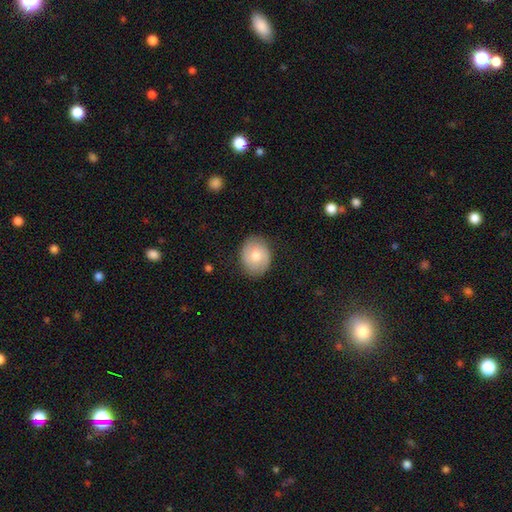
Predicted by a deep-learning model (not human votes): A smooth galaxy with no disk features (63%) that is round (52%).

Vote fractions:
- Smooth or featured? smooth: 63% / featured or disk: 30% / star or artifact: 7%
- How rounded? round: 52% / in between: 48% / cigar-shaped: 1%
- Merging? none: 82% / minor disturbance: 14% / major disturbance: 3% / merger: 1%